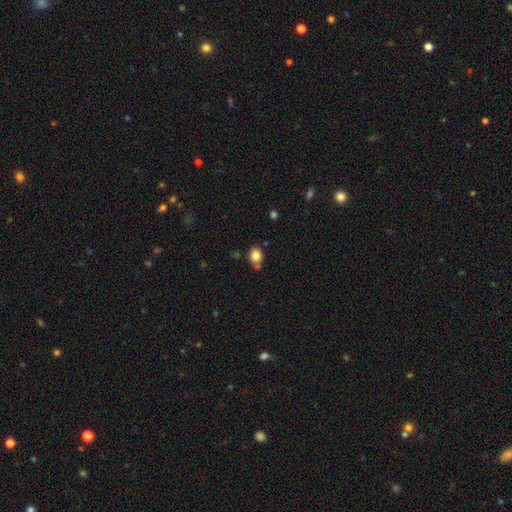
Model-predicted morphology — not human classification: Q: Smooth or featured?
A: smooth (82%); runner-up: star or artifact (10%)
Q: How rounded?
A: in between (61%); runner-up: round (38%)
Q: Merging?
A: none (63%); runner-up: minor disturbance (21%)